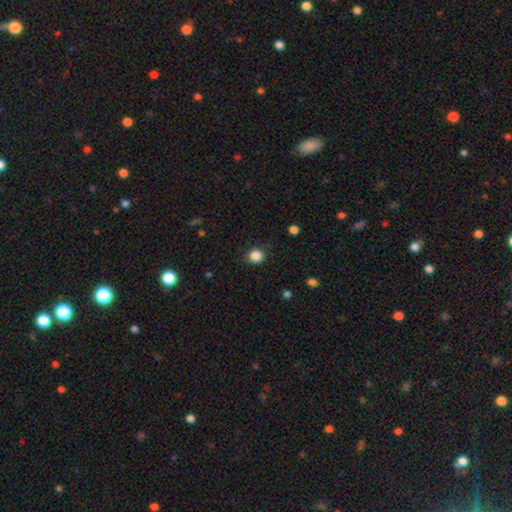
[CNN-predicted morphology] Overall: smooth (85%). How rounded: round (85%). Merging: none (81%).